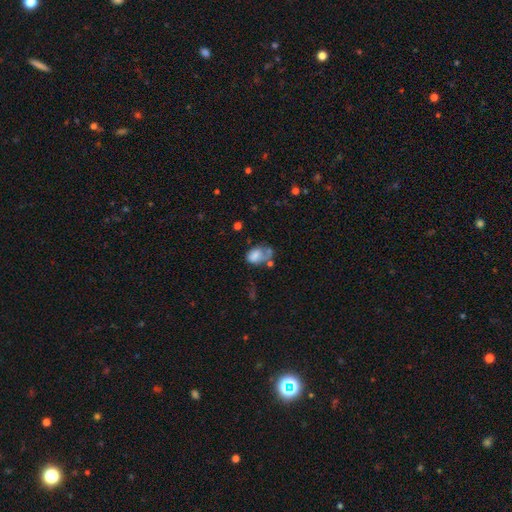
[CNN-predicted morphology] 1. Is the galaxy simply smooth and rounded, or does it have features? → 66% smooth, 24% featured or disk, 10% star or artifact.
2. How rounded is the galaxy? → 80% in between, 18% round, 1% cigar-shaped.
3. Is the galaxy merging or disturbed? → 26% none (tied), 26% major disturbance (tied), 24% merger, 24% minor disturbance.